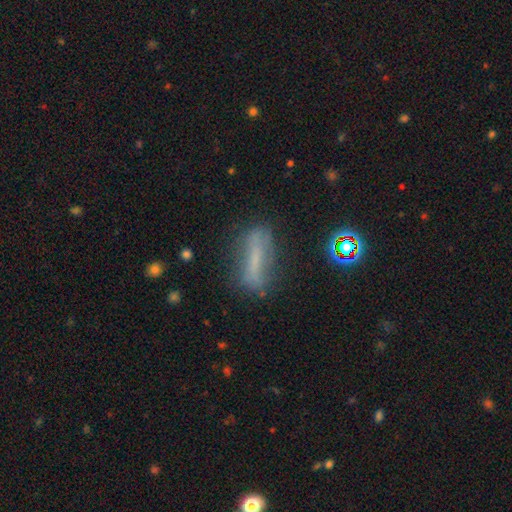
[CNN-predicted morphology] This is possibly a smooth galaxy (47%). Merging: likely none (65%).